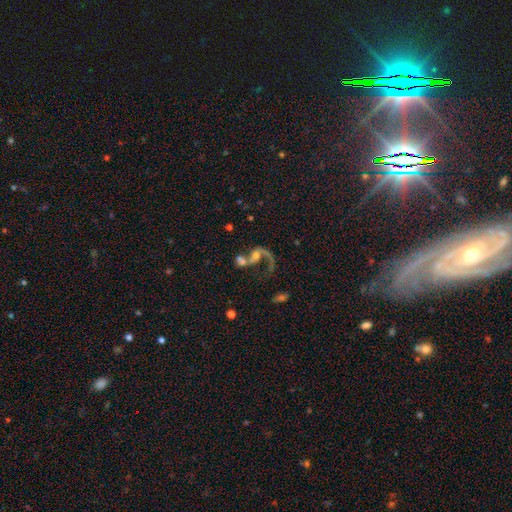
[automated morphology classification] type=featured or disk (68%); edge-on=no (96%); bar=no (64%); spiral arms=yes (76%); bulge=moderate (38%); merging=merger (56%).